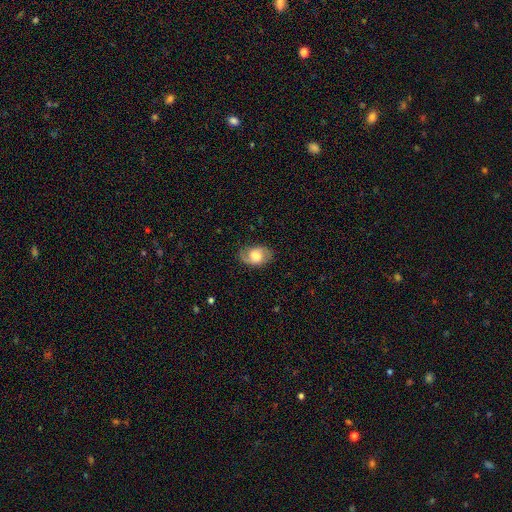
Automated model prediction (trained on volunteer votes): A featured or disk galaxy (63%) with no bar (60%), 2 (85%) medium (47%) spiral arms (90%) and a large central bulge (40%). Merging: none (77%).